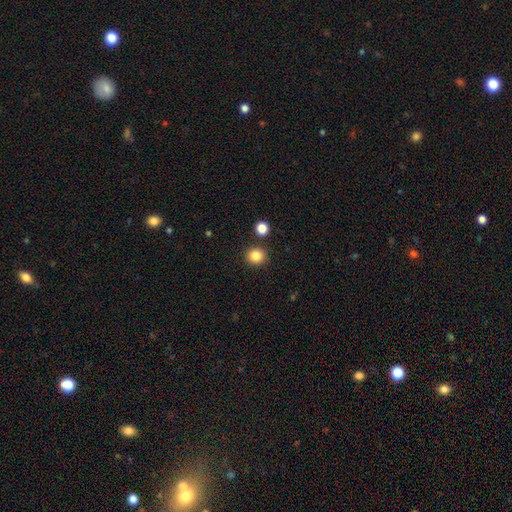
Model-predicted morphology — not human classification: Smooth or featured? smooth (85%)
How rounded? round (89%)
Merging? none (87%)